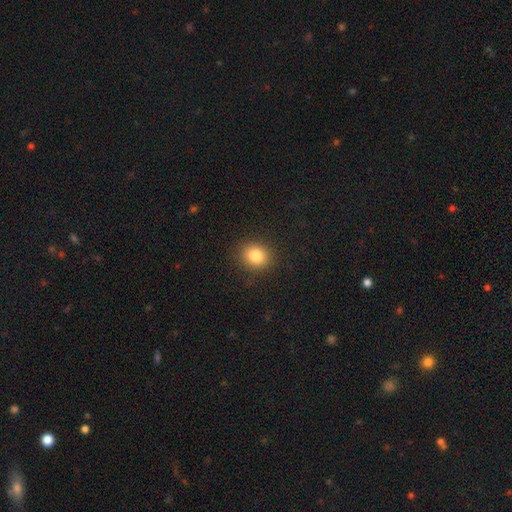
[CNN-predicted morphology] Smooth or featured?
  - smooth: 83% *
  - star or artifact: 11%
  - featured or disk: 7%
How rounded?
  - round: 70% *
  - in between: 29%
  - cigar-shaped: 1%
Merging?
  - none: 89% *
  - minor disturbance: 7%
  - major disturbance: 3%
  - merger: 1%